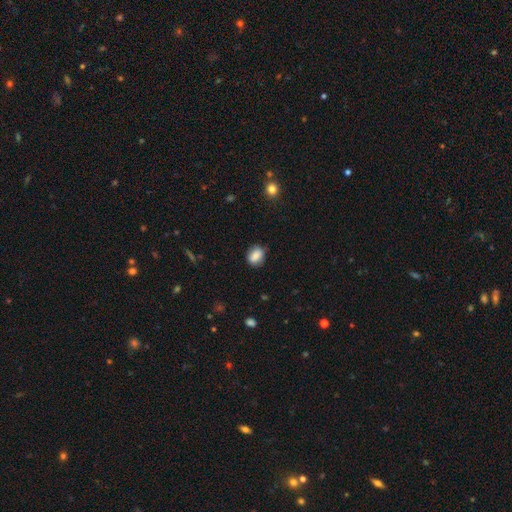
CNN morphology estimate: Q: Smooth or featured?
A: smooth (85%); runner-up: star or artifact (8%)
Q: How rounded?
A: in between (63%); runner-up: round (36%)
Q: Merging?
A: none (78%); runner-up: minor disturbance (17%)